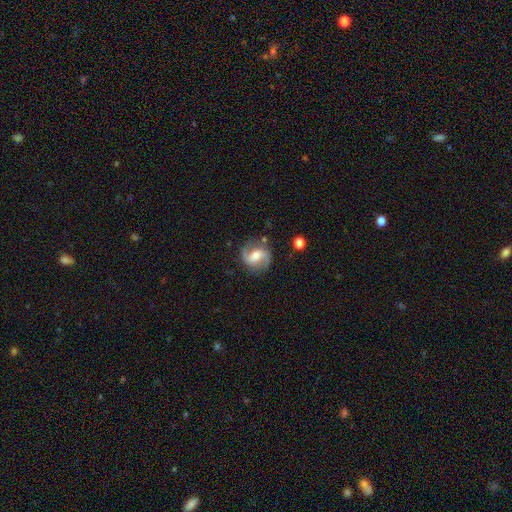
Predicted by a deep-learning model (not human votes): The model was most divided on "spiral winding": medium: 47%, loose: 38%, tight: 15%. Remaining: edge-on disk — no (97%); spiral arms — yes (95%); spiral arm count — 2 (92%); smooth or featured — featured or disk (82%); merging — none (80%); bulge size — moderate (67%); bar — weak (45%).